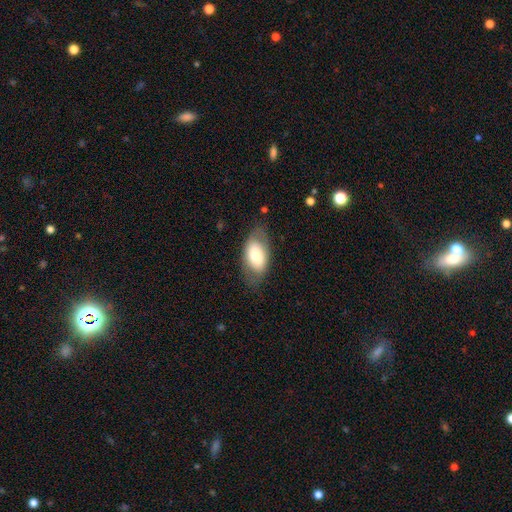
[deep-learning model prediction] Smooth or featured: smooth — 66% (featured or disk — 28%)
How rounded: in between — 92% (round — 5%)
Merging: none — 72% (minor disturbance — 19%)